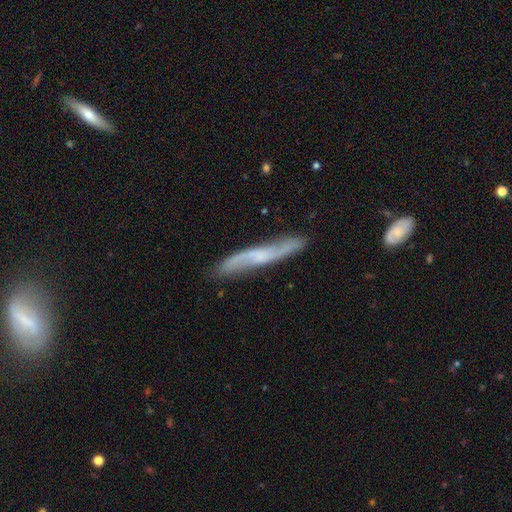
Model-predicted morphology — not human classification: Overall: featured or disk (73%). Edge-on disk: no (55%; yes 45%). Merging: none (79%).